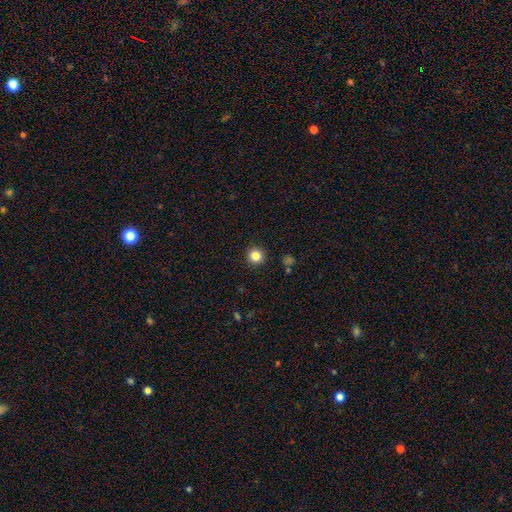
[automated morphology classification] smooth 83%, star or artifact 12%, featured or disk 5%. Down the decision tree: how rounded — round (93%); merging — none (92%).